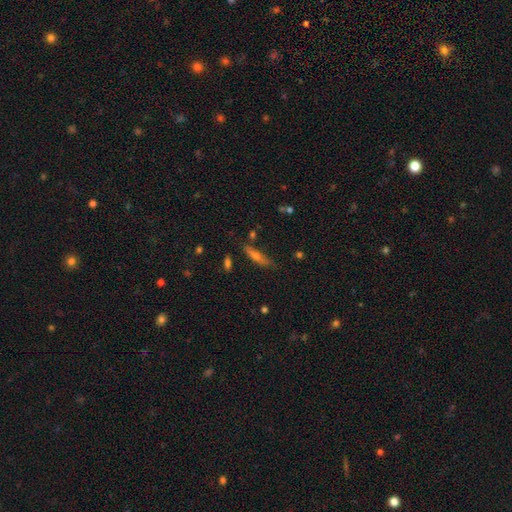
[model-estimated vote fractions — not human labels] Smooth or featured: smooth — 48% (featured or disk — 42%)
Merging: none — 77% (minor disturbance — 15%)